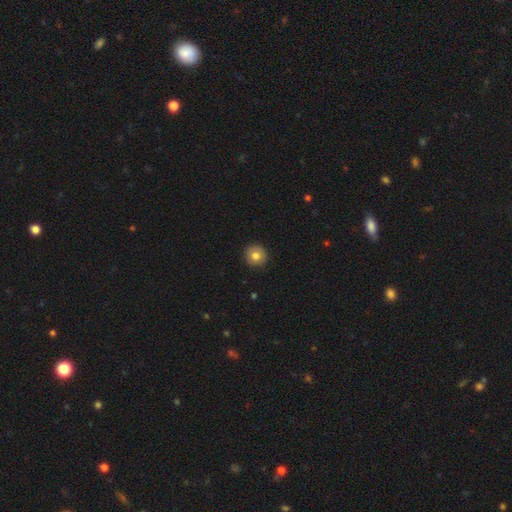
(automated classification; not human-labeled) smooth_or_featured: smooth (p=0.81) [alt: featured or disk p=0.10]
how_rounded: round (p=0.94) [alt: in between p=0.05]
merging: none (p=0.92) [alt: minor disturbance p=0.06]